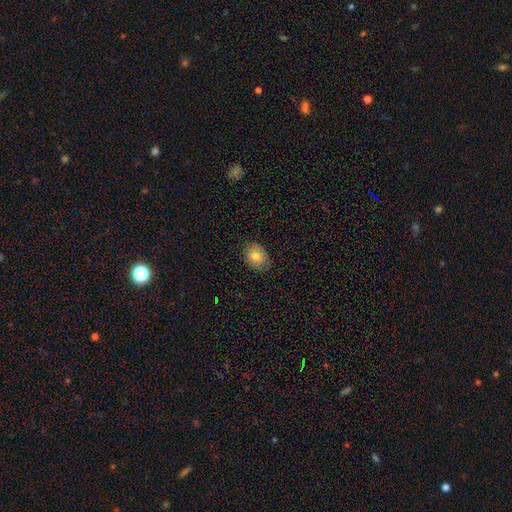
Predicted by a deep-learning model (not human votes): Smooth or featured? smooth (80%)
How rounded? in between (60%)
Merging? none (83%)